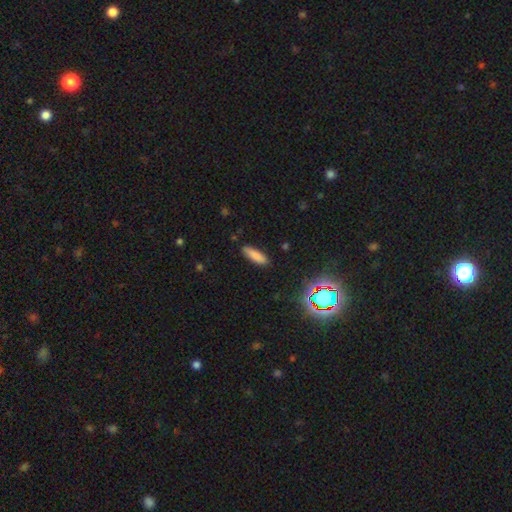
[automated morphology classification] smooth-or-featured: smooth: 82% | star or artifact: 11% | featured or disk: 7%
  how-rounded: cigar-shaped: 58% | in between: 40% | round: 2%
  merging: none: 86% | minor disturbance: 11% | major disturbance: 2% | merger: 1%